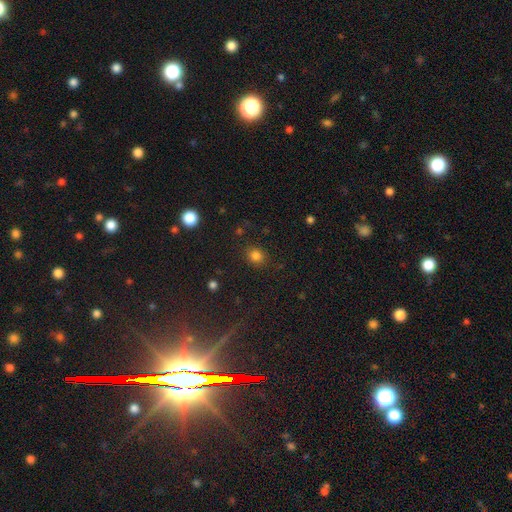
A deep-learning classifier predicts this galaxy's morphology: A smooth galaxy with no disk features (81%) that is round (74%). Merging: none (86%).